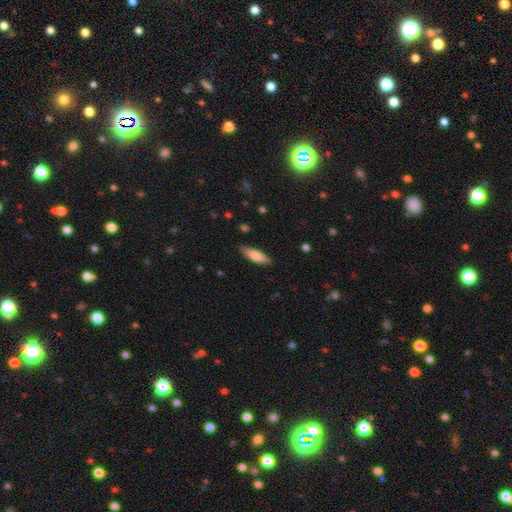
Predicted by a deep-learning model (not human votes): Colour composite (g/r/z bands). It shows a smooth galaxy with no disk features (75%) that is cigar-shaped (53%). Merging: none (83%).